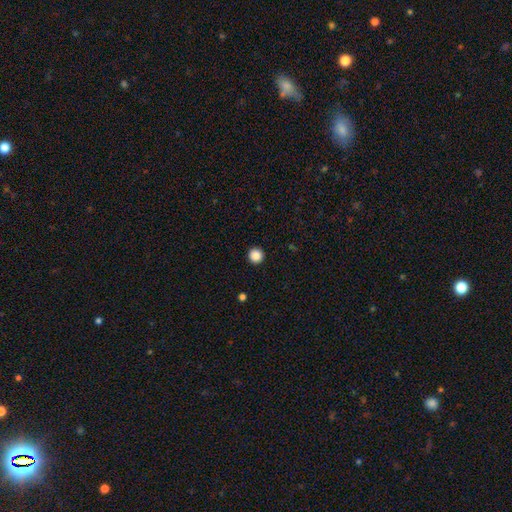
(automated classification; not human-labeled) A smooth galaxy with no disk features (87%) that is round (96%). Merging: none (93%).